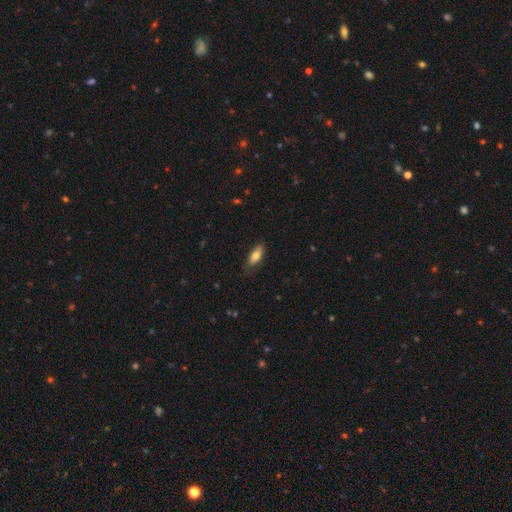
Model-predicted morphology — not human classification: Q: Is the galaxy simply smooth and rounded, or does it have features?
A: smooth — 80%.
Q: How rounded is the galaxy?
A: in between — 75%.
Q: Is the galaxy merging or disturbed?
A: none — 77%.